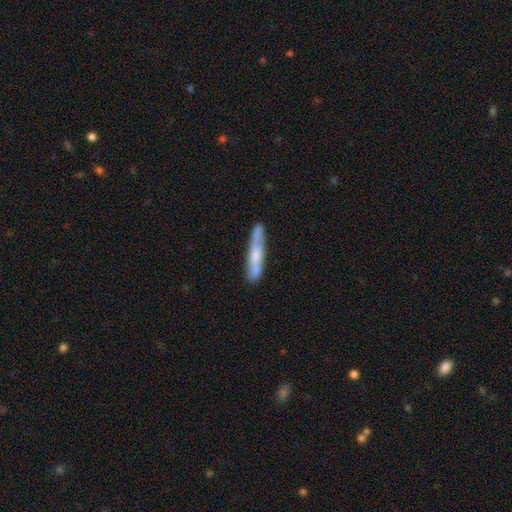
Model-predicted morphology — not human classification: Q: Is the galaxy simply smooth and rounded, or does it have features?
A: smooth — 52%.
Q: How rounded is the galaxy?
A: cigar-shaped — 92%.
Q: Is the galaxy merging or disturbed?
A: none — 79%.